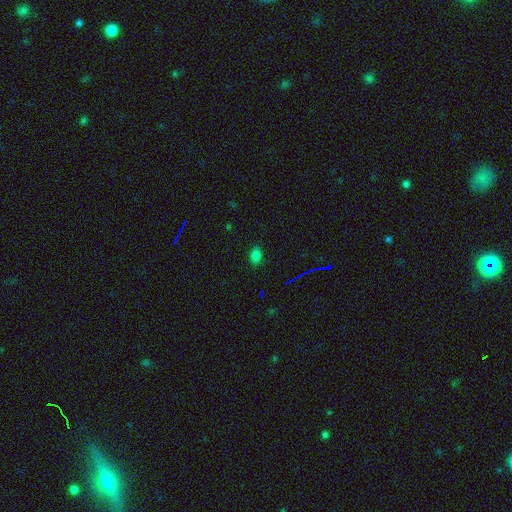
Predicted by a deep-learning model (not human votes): Smooth or featured? Predicted: smooth (p=0.75). How rounded? Predicted: in between (p=0.79). Merging? Predicted: none (p=0.84).